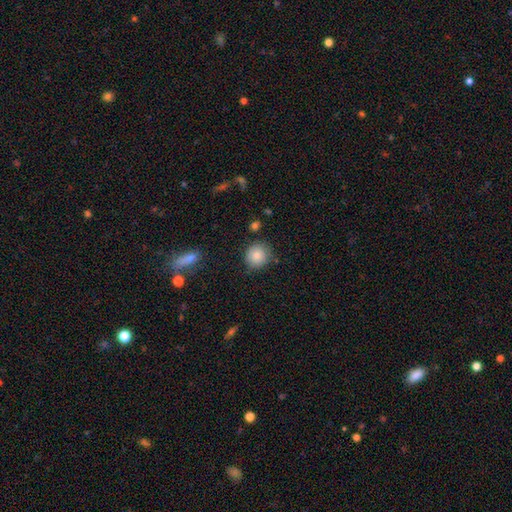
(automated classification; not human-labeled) Smooth or featured: smooth — 83% (star or artifact — 10%)
How rounded: round — 90% (in between — 9%)
Merging: none — 84% (minor disturbance — 10%)